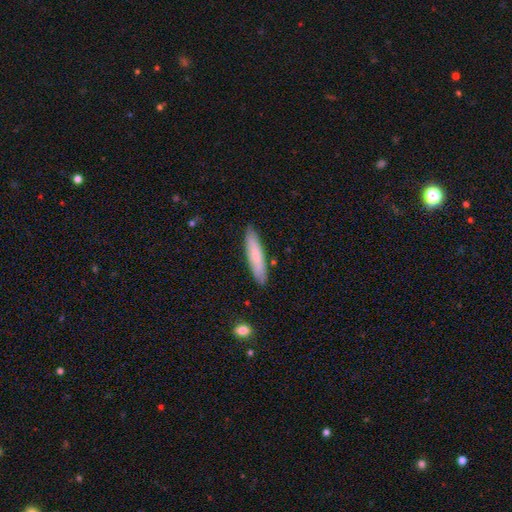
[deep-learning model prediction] smooth-or-featured: smooth: 77% | featured or disk: 18% | star or artifact: 6%
  how-rounded: cigar-shaped: 84% | in between: 15% | round: 1%
  merging: none: 88% | minor disturbance: 9% | major disturbance: 2% | merger: 2%